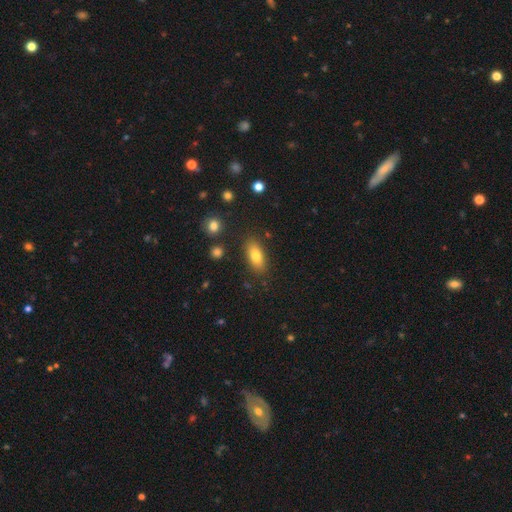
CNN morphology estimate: Smooth or featured?
  - smooth: 79% *
  - featured or disk: 13%
  - star or artifact: 8%
How rounded?
  - in between: 84% *
  - cigar-shaped: 11%
  - round: 4%
Merging?
  - none: 83% *
  - minor disturbance: 11%
  - major disturbance: 3%
  - merger: 3%